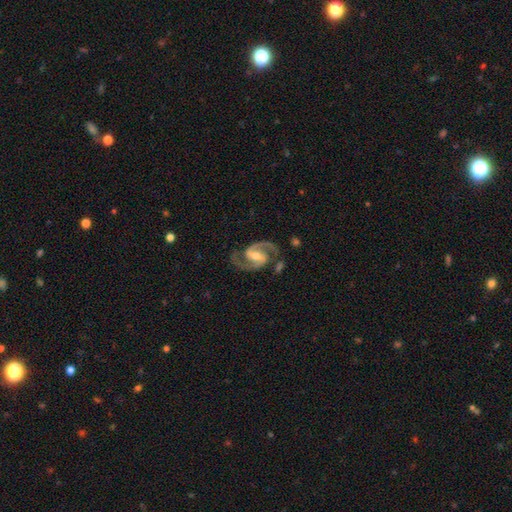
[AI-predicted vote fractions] Smooth or featured? Predicted: featured or disk (p=0.94). Edge-on disk? Predicted: no (p=0.98). Bar? Predicted: weak (p=0.43). Spiral arms? Predicted: yes (p=0.99). Spiral winding? Predicted: medium (p=0.66). Spiral arm count? Predicted: 2 (p=0.95). Bulge size? Predicted: moderate (p=0.57). Merging? Predicted: none (p=0.80).